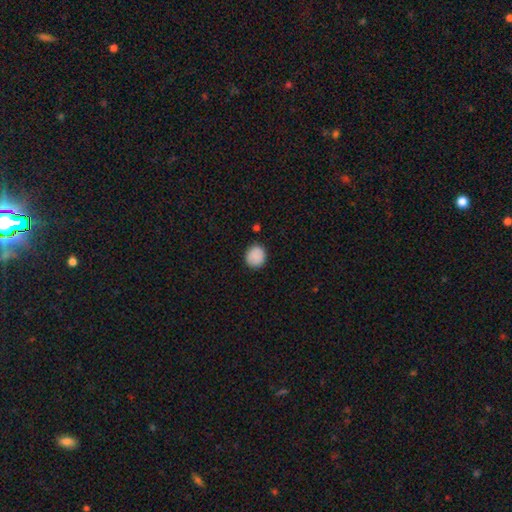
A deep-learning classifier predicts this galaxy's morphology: This appears to be a smooth galaxy with no disk features (88%) that is round (81%). Merging: none (87%).